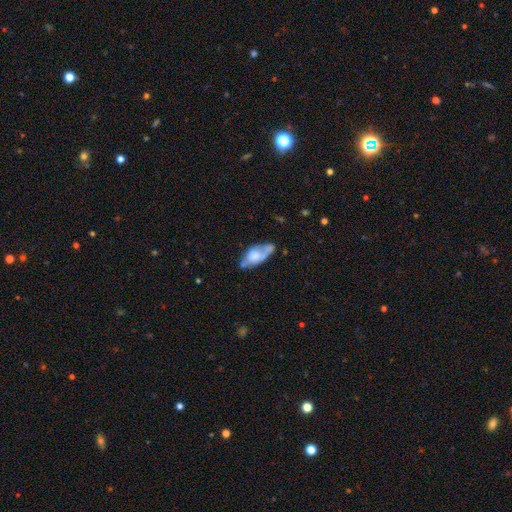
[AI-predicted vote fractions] Overall: smooth (53%; featured or disk 40%). How rounded: in between (84%). Merging: none (40%; minor disturbance 29%).